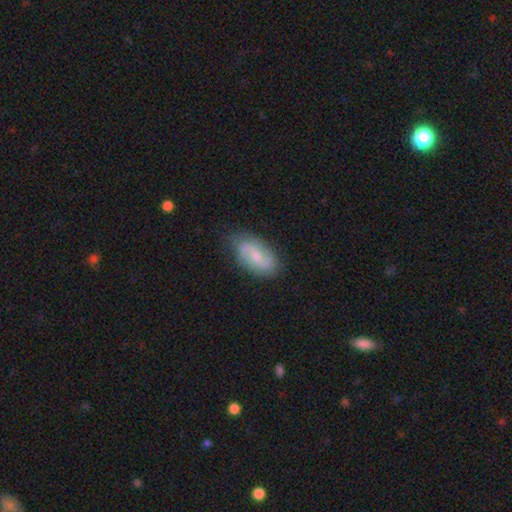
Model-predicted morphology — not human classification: Q: Smooth or featured?
A: featured or disk (69%); runner-up: smooth (25%)
Q: Edge-on disk?
A: no (96%); runner-up: yes (4%)
Q: Bar?
A: weak (55%); runner-up: no (29%)
Q: Spiral arms?
A: yes (92%); runner-up: no (8%)
Q: Spiral winding?
A: loose (45%); runner-up: medium (40%)
Q: Spiral arm count?
A: 2 (88%); runner-up: can't tell (7%)
Q: Bulge size?
A: small (55%); runner-up: moderate (34%)
Q: Merging?
A: none (79%); runner-up: minor disturbance (16%)